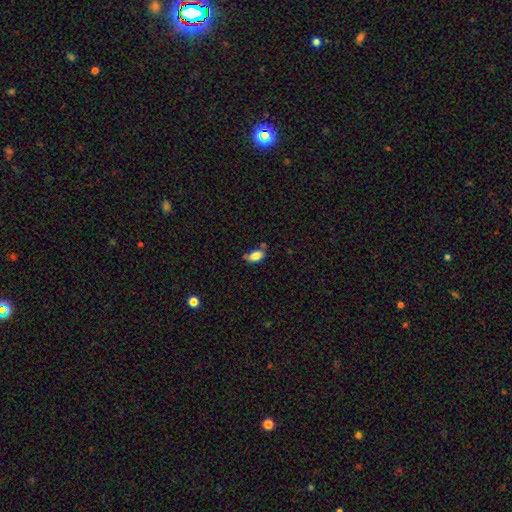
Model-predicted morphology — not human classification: Q: Smooth or featured?
A: smooth (81%); runner-up: featured or disk (11%)
Q: How rounded?
A: in between (91%); runner-up: round (5%)
Q: Merging?
A: none (62%); runner-up: minor disturbance (25%)